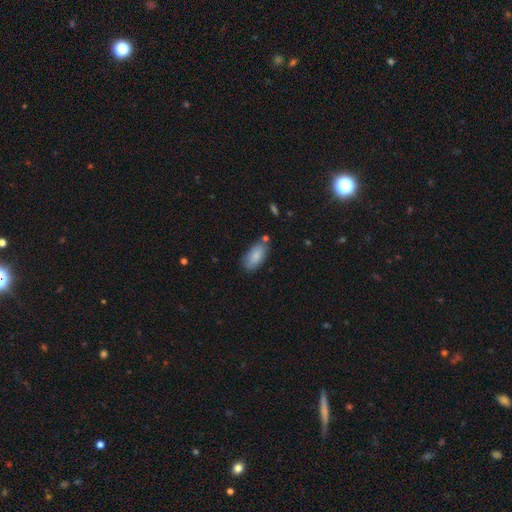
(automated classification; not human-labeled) Morphology: type=smooth (84%); roundness=in between (90%); merging=none (72%).